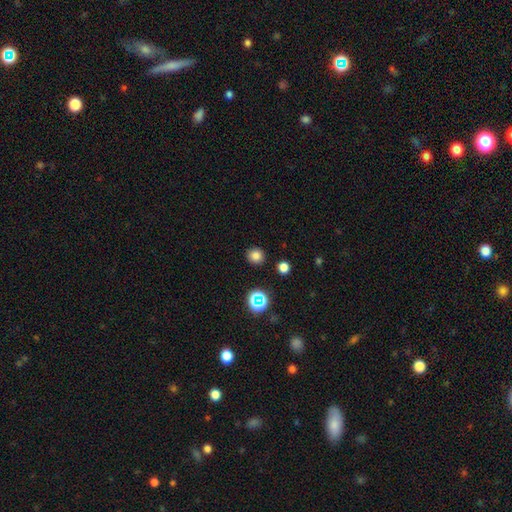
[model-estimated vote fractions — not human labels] A smooth galaxy with no disk features (79%) that is round (89%). Merging: none (90%).